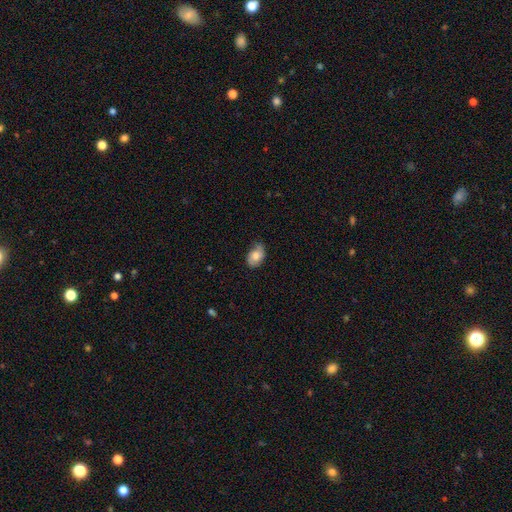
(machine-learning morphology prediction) A smooth galaxy with no disk features (52%) that is in between round and cigar-shaped (83%).

Vote fractions:
- Smooth or featured? smooth: 52% / featured or disk: 40% / star or artifact: 8%
- How rounded? in between: 83% / round: 16% / cigar-shaped: 1%
- Merging? none: 67% / minor disturbance: 26% / major disturbance: 6% / merger: 1%